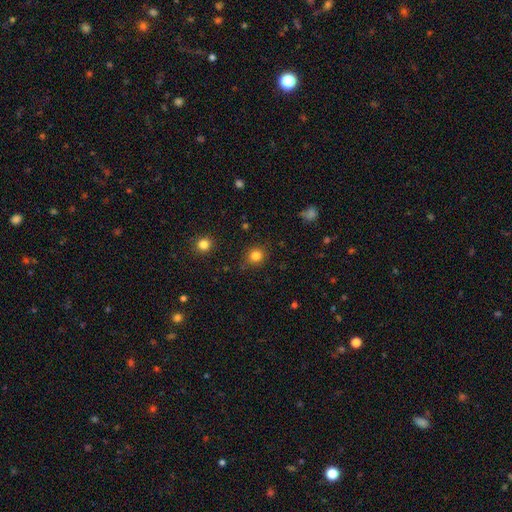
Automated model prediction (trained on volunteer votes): Smooth or featured: smooth — 82% (star or artifact — 13%)
How rounded: round — 83% (in between — 16%)
Merging: none — 83% (minor disturbance — 12%)